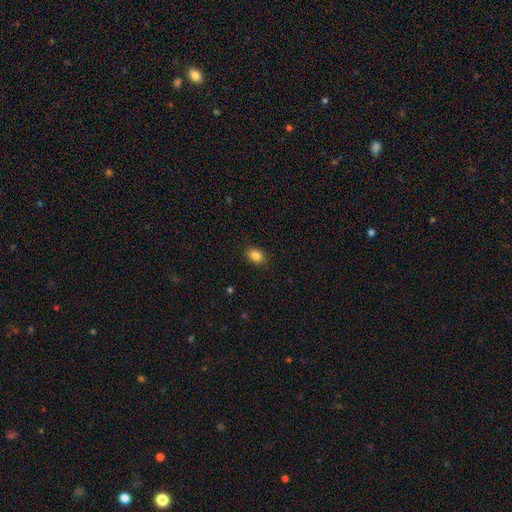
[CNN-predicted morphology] smooth-or-featured: smooth: 85% | star or artifact: 9% | featured or disk: 6%
  how-rounded: in between: 78% | round: 21% | cigar-shaped: 1%
  merging: none: 89% | minor disturbance: 8% | major disturbance: 2% | merger: 1%